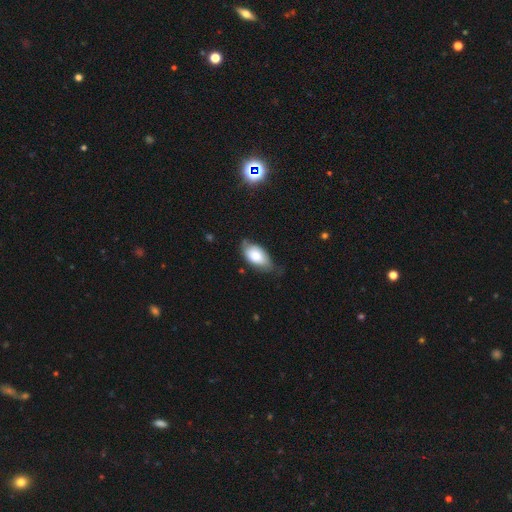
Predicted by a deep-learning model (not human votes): Smooth or featured? smooth (73%)
How rounded? in between (93%)
Merging? none (52%)